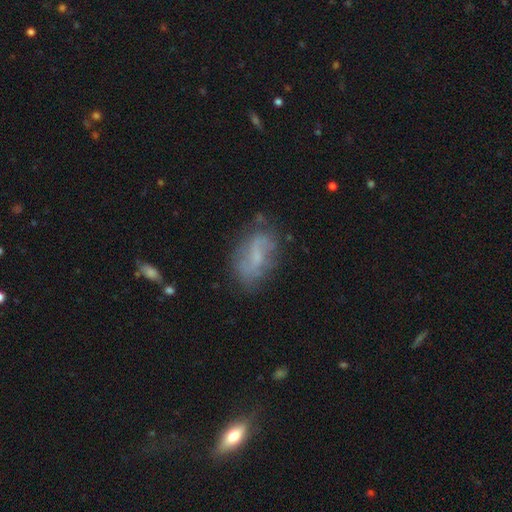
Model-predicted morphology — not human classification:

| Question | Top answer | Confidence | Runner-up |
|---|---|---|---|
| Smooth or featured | featured or disk | 47% | smooth (43%) |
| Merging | none | 62% | minor disturbance (23%) |